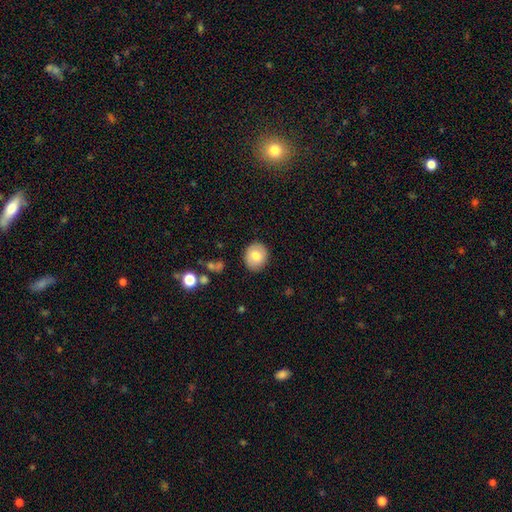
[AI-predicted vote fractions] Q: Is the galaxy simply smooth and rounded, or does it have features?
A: smooth — 76%.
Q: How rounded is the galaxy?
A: round — 72%.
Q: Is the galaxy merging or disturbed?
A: none — 87%.